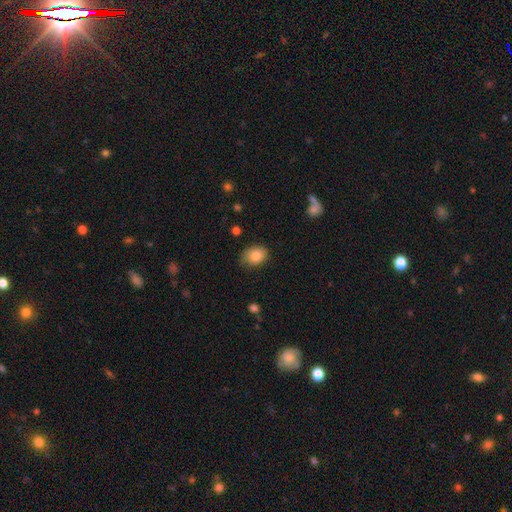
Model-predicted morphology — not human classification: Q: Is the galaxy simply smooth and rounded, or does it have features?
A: smooth — 84%.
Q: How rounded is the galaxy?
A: in between — 67%.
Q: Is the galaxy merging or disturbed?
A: none — 77%.